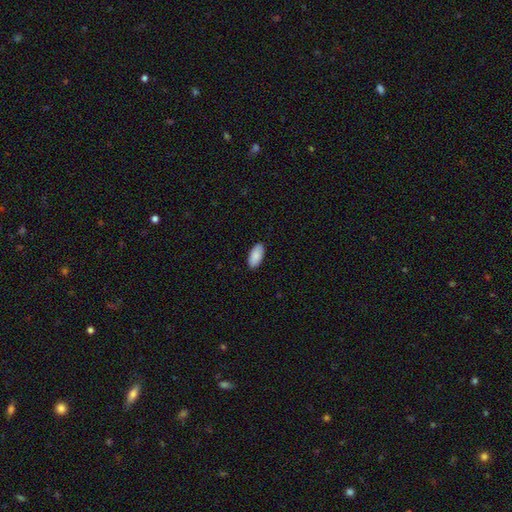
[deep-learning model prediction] Smooth or featured?
  - smooth: 90% *
  - star or artifact: 6%
  - featured or disk: 5%
How rounded?
  - in between: 93% *
  - cigar-shaped: 5%
  - round: 2%
Merging?
  - none: 90% *
  - minor disturbance: 8%
  - major disturbance: 2%
  - merger: 1%